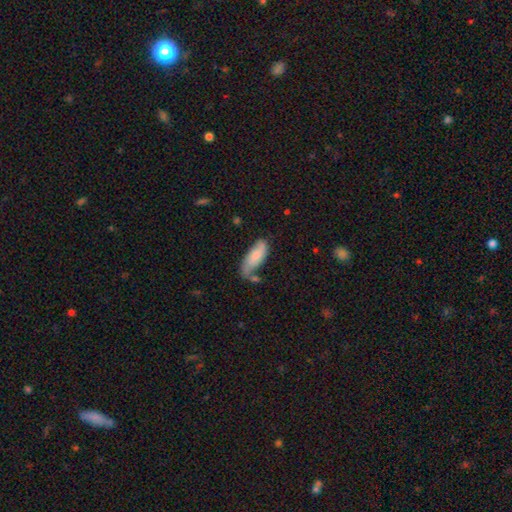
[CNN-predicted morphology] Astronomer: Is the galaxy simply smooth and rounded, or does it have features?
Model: smooth — 65%.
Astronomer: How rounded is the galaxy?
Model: in between — 80%.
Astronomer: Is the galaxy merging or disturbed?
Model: none — 44% (runner-up: minor disturbance, 28%).